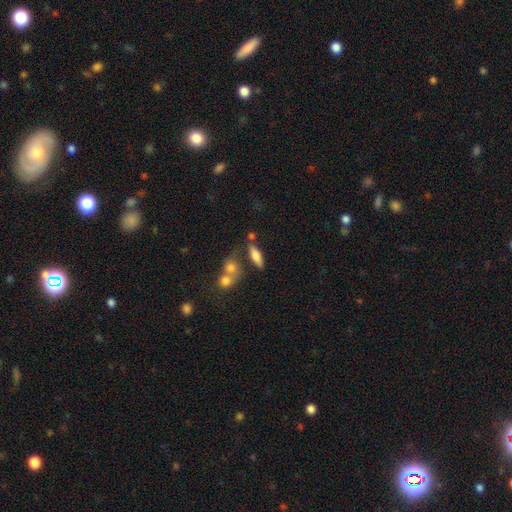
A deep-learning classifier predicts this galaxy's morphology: Overall: smooth (70%). How rounded: in between (58%; cigar-shaped 37%). Merging: none (60%; merger 20%).